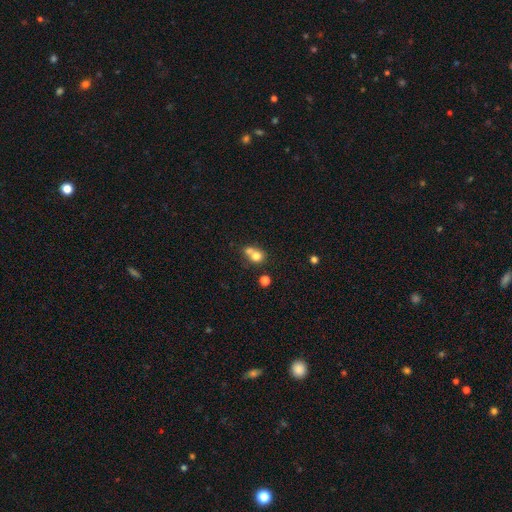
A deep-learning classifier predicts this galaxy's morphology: type=smooth (73%); roundness=round (75%); merging=merger (55%).